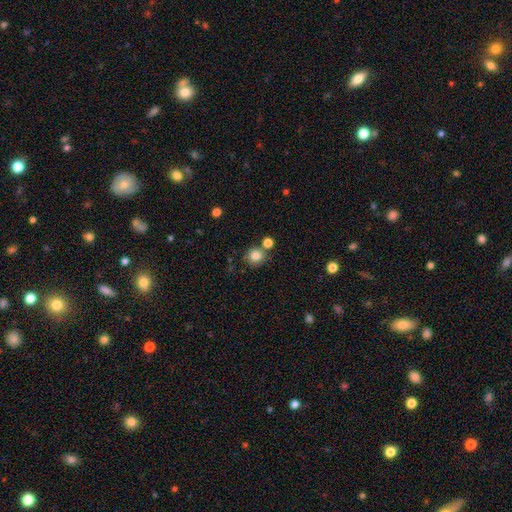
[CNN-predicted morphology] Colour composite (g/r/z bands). It shows a smooth galaxy with no disk features (81%) that is round (89%). Merging: none (71%).